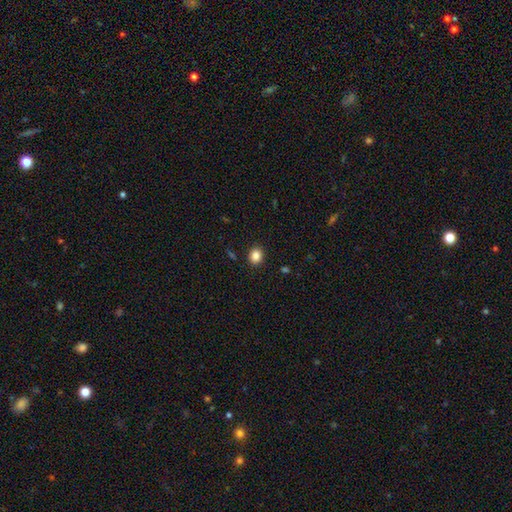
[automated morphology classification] smooth_or_featured: smooth (p=0.86) [alt: star or artifact p=0.10]
how_rounded: round (p=0.61) [alt: in between p=0.38]
merging: none (p=0.90) [alt: minor disturbance p=0.07]